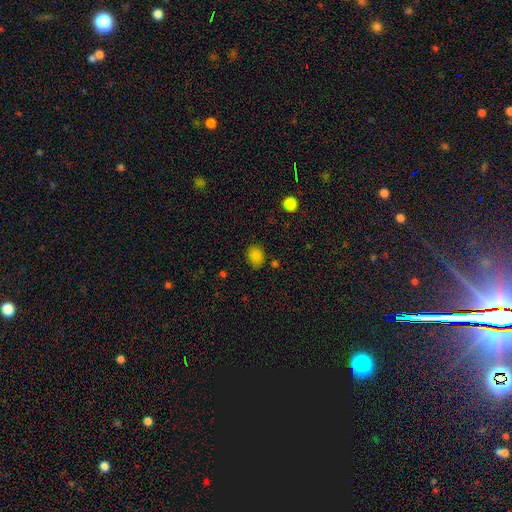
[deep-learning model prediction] A smooth galaxy with no disk features (83%) that is in between round and cigar-shaped (52%).

Vote fractions:
- Smooth or featured? smooth: 83% / star or artifact: 12% / featured or disk: 5%
- How rounded? in between: 52% / round: 47% / cigar-shaped: 1%
- Merging? none: 78% / minor disturbance: 15% / major disturbance: 4% / merger: 3%